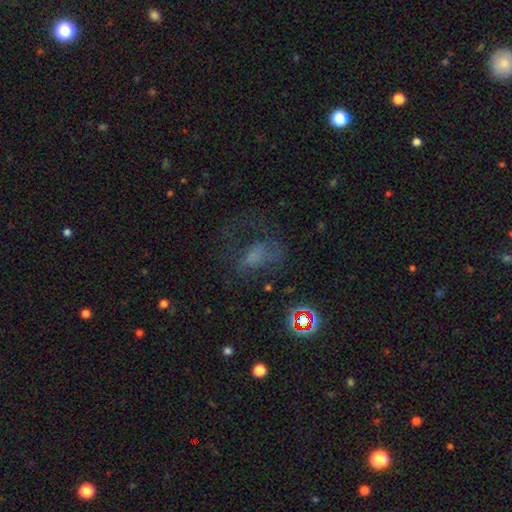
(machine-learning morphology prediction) A smooth galaxy with no disk features (38%).

Vote fractions:
- Smooth or featured? smooth: 38% / featured or disk: 35% / star or artifact: 27%
- Merging? major disturbance: 40% / none: 39% / minor disturbance: 18% / merger: 3%